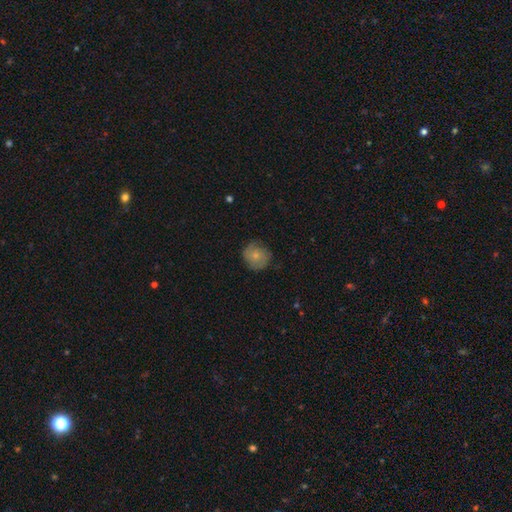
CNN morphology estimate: Smooth or featured? smooth (63%)
How rounded? round (89%)
Merging? none (76%)